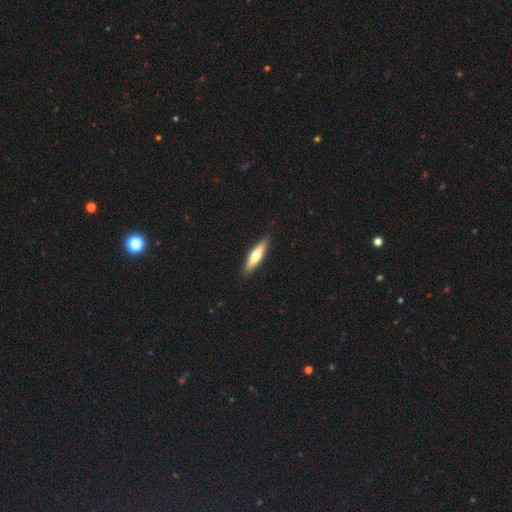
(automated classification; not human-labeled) Q: Smooth or featured?
A: smooth (60%); runner-up: featured or disk (34%)
Q: How rounded?
A: cigar-shaped (74%); runner-up: in between (25%)
Q: Merging?
A: none (89%); runner-up: minor disturbance (9%)